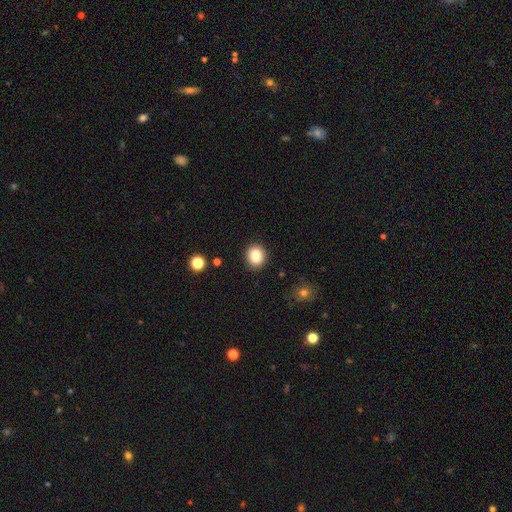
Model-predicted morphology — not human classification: Smooth or featured? Predicted: smooth (p=0.86). How rounded? Predicted: round (p=0.66). Merging? Predicted: none (p=0.87).